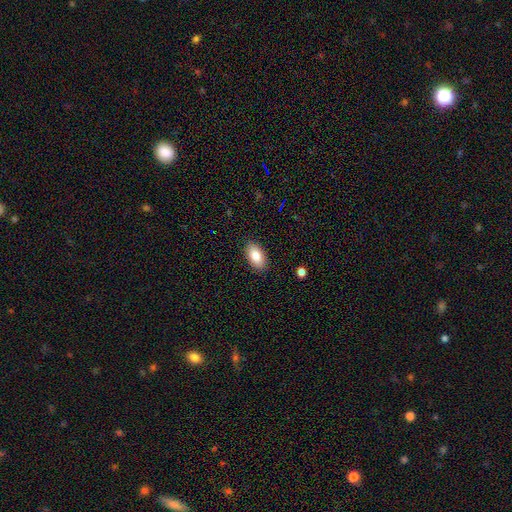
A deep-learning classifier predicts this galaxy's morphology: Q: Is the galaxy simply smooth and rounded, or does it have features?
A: smooth — 84%.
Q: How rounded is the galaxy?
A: in between — 94%.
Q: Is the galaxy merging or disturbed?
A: none — 89%.